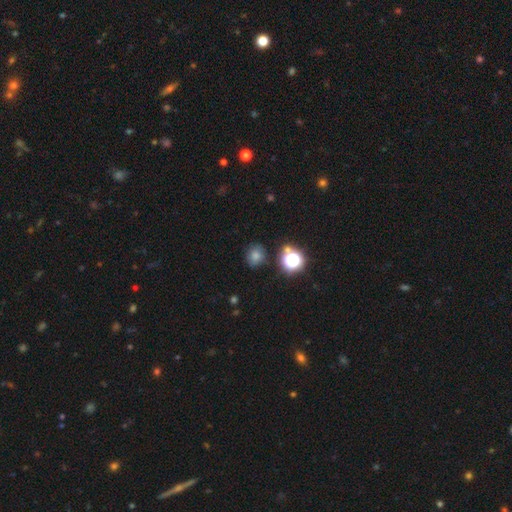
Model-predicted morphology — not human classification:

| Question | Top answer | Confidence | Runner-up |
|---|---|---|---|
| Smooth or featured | smooth | 61% | star or artifact (32%) |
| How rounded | round | 72% | in between (27%) |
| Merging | none | 85% | minor disturbance (8%) |